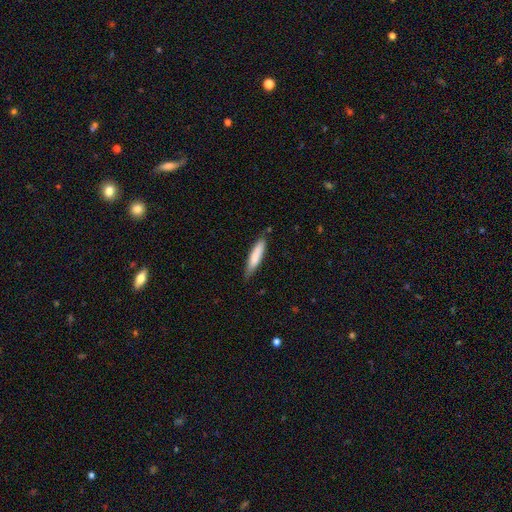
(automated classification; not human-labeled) Smooth or featured? smooth (78%)
How rounded? cigar-shaped (80%)
Merging? none (76%)